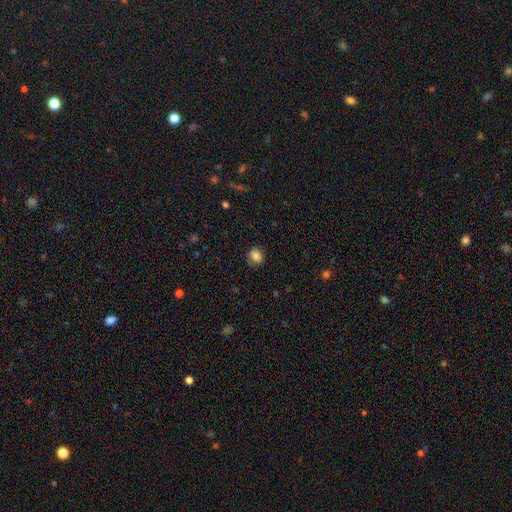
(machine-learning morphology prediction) Smooth or featured? Predicted: smooth (p=0.80). How rounded? Predicted: round (p=0.59). Merging? Predicted: none (p=0.78).